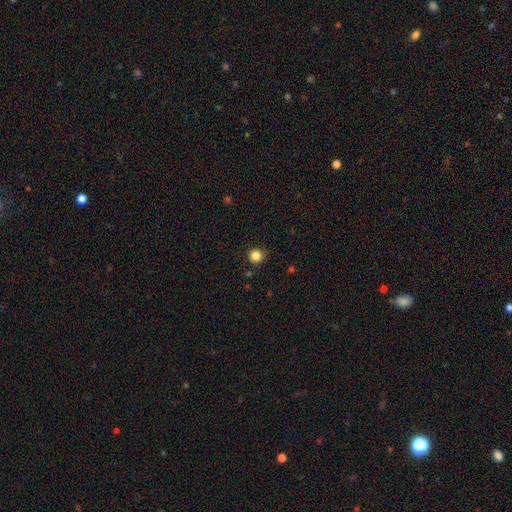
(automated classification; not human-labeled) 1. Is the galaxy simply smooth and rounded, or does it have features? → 84% smooth, 12% star or artifact, 4% featured or disk.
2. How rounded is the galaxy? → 93% round, 6% in between, 1% cigar-shaped.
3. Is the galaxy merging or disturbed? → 88% none, 9% minor disturbance, 2% major disturbance, 1% merger.